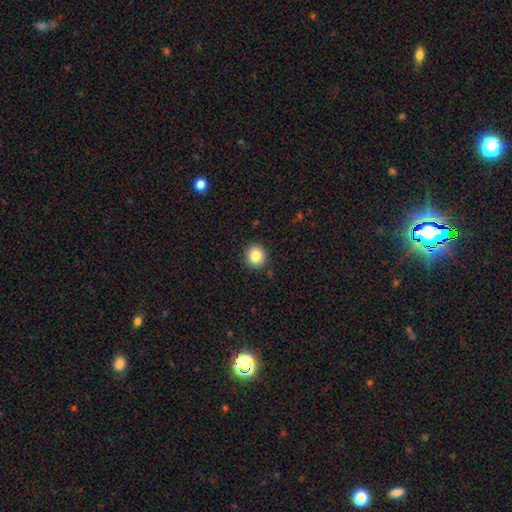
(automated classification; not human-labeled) Smooth or featured?
  - smooth: 84% *
  - star or artifact: 10%
  - featured or disk: 6%
How rounded?
  - round: 91% *
  - in between: 8%
  - cigar-shaped: 1%
Merging?
  - none: 91% *
  - minor disturbance: 6%
  - major disturbance: 2%
  - merger: 1%